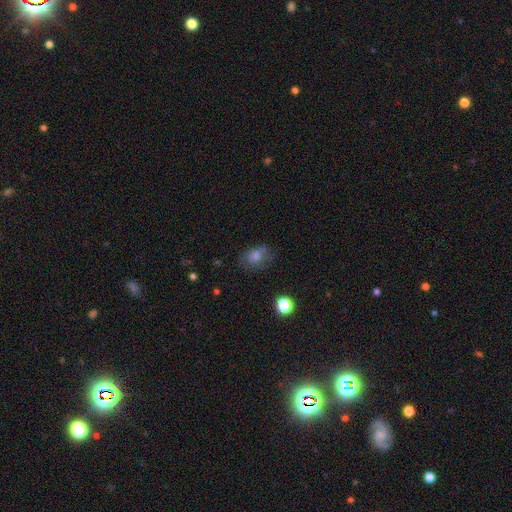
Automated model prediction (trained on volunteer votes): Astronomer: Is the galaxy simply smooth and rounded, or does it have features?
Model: smooth — 65%.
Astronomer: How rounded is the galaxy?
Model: in between — 62%.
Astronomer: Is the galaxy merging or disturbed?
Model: none — 69%.